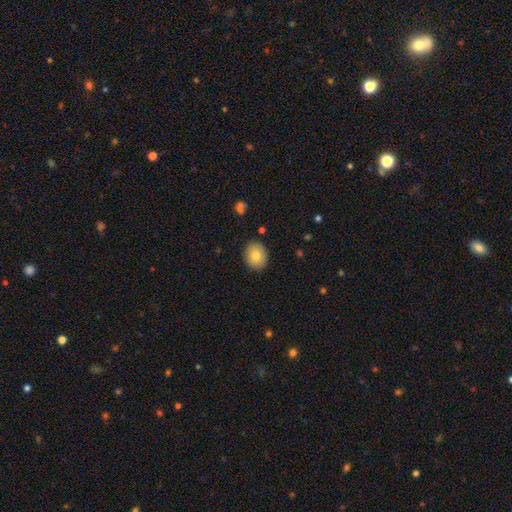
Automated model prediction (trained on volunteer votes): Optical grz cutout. It shows a smooth galaxy with no disk features (79%) that is round (63%). Merging: none (88%).